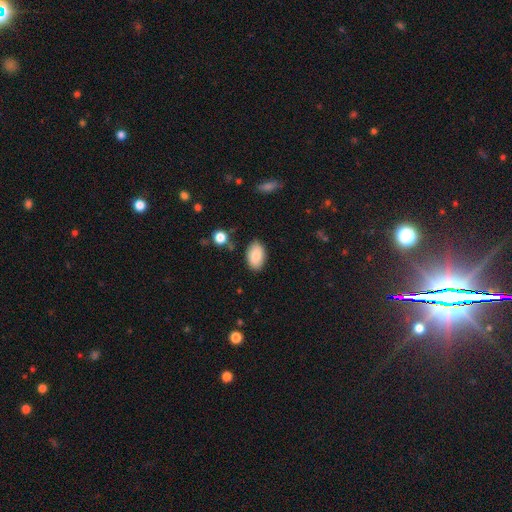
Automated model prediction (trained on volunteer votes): Q: Smooth or featured?
A: smooth (85%); runner-up: featured or disk (8%)
Q: How rounded?
A: in between (92%); runner-up: round (6%)
Q: Merging?
A: none (84%); runner-up: minor disturbance (11%)